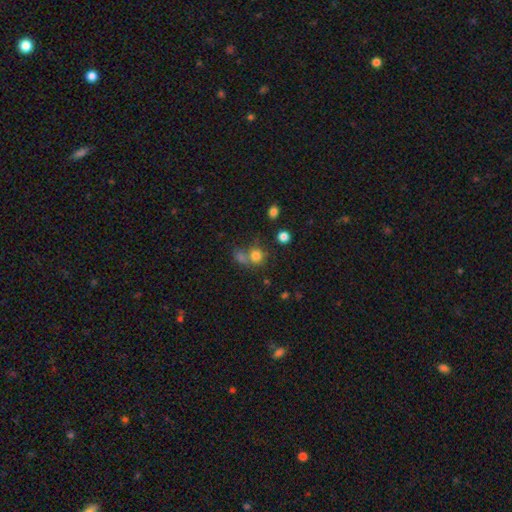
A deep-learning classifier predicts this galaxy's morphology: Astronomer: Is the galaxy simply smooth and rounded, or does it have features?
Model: smooth — 77%.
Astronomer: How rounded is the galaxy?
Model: round — 84%.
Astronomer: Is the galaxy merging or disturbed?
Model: none — 51% (runner-up: merger, 34%).